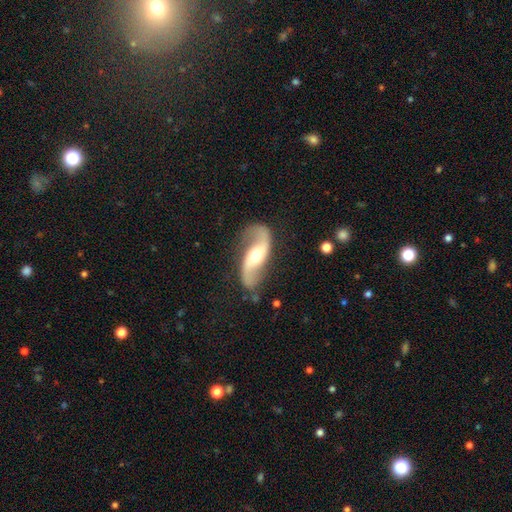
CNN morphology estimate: smooth_or_featured: featured or disk (p=0.88) [alt: smooth p=0.07]
disk_edge_on: no (p=0.95) [alt: yes p=0.05]
bar: no (p=0.45) [alt: weak p=0.34]
has_spiral_arms: yes (p=0.96) [alt: no p=0.04]
spiral_winding: loose (p=0.74) [alt: medium p=0.20]
spiral_arm_count: 2 (p=0.94) [alt: 1 p=0.02]
bulge_size: moderate (p=0.66) [alt: small p=0.24]
merging: none (p=0.78) [alt: minor disturbance p=0.14]